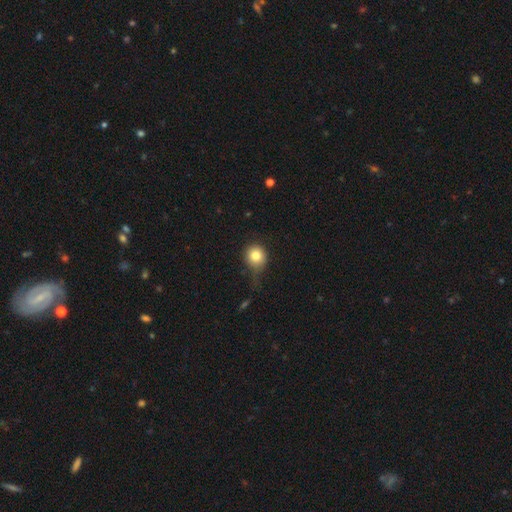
smooth-or-featured: smooth: 82% | featured or disk: 10% | star or artifact: 8%
  how-rounded: round: 88% | in between: 12% | cigar-shaped: 0%
  merging: minor disturbance: 46% | none: 38% | major disturbance: 14% | merger: 3%